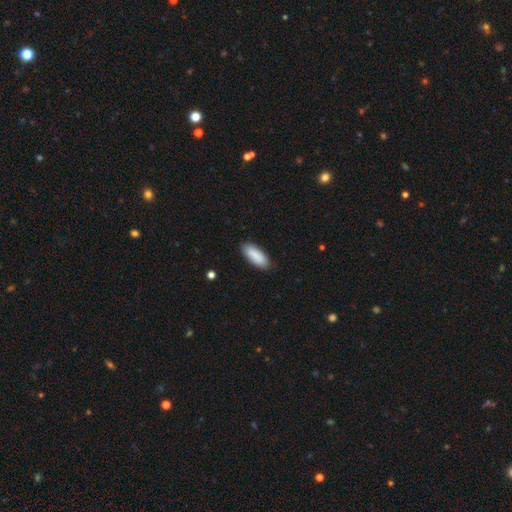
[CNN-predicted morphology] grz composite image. It shows a smooth galaxy with no disk features (89%) that is in between round and cigar-shaped (76%). Merging: none (86%).